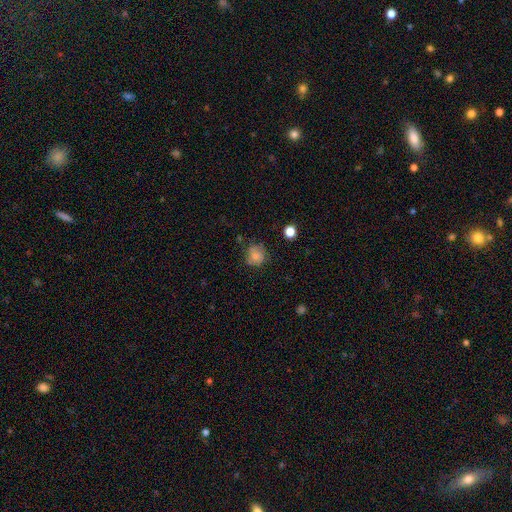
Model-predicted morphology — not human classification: This is likely a smooth galaxy (78%). How rounded: clearly round (83%). Merging: likely none (69%).